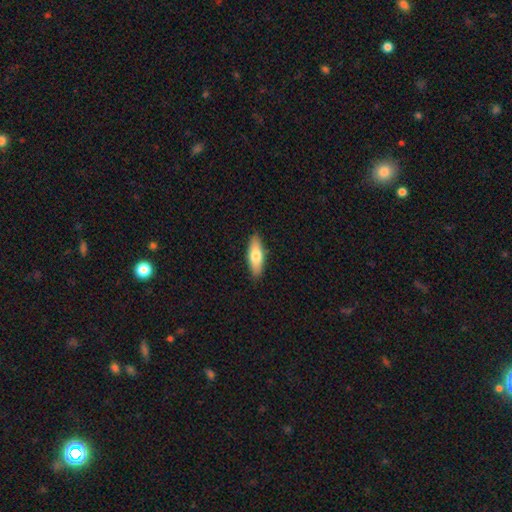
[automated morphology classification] smooth 70%, featured or disk 25%, star or artifact 6%. Down the decision tree: how rounded — in between (56%); merging — none (88%).